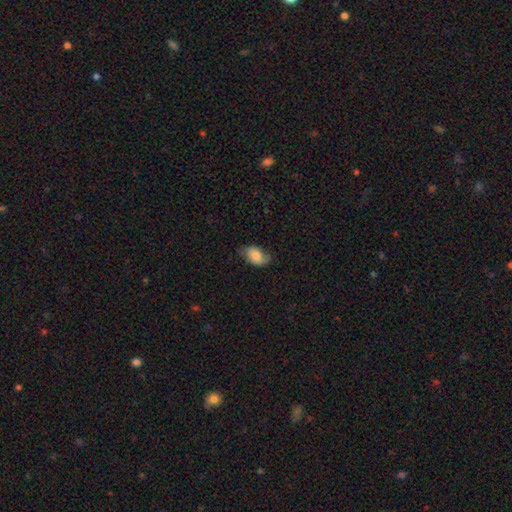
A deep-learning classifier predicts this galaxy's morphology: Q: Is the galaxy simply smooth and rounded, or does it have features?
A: smooth — 74%.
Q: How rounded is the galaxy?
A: in between — 91%.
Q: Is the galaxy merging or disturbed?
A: none — 66%.